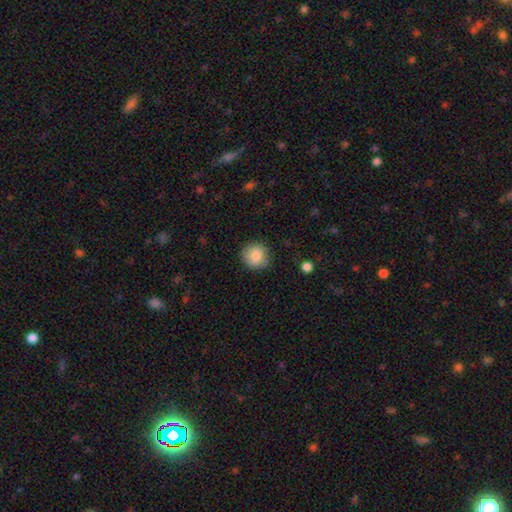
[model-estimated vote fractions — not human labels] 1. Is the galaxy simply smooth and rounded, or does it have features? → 84% smooth, 8% featured or disk, 8% star or artifact.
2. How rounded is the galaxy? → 91% round, 8% in between, 1% cigar-shaped.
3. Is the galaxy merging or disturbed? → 85% none, 11% minor disturbance, 3% major disturbance, 1% merger.